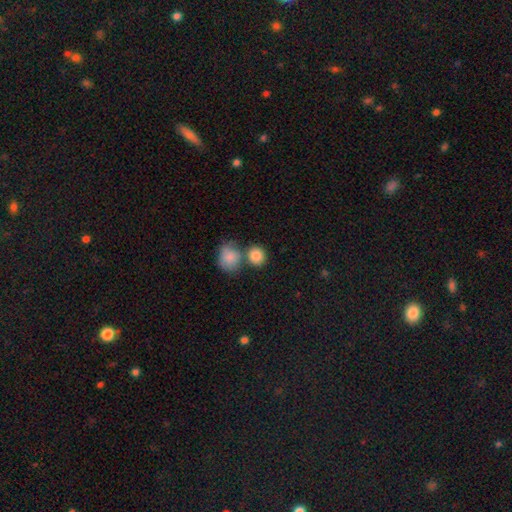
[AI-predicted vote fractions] This is clearly a smooth galaxy (86%). How rounded: likely round (80%). Merging: possibly none (54%).